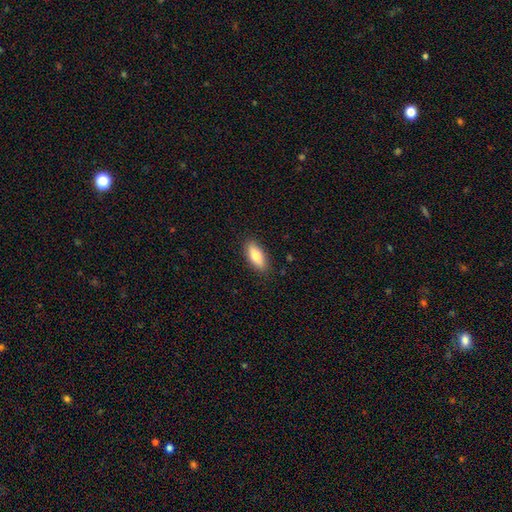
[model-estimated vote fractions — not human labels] Smooth or featured?
  - smooth: 78% *
  - featured or disk: 16%
  - star or artifact: 6%
How rounded?
  - in between: 75% *
  - cigar-shaped: 23%
  - round: 2%
Merging?
  - none: 87% *
  - minor disturbance: 10%
  - major disturbance: 2%
  - merger: 1%